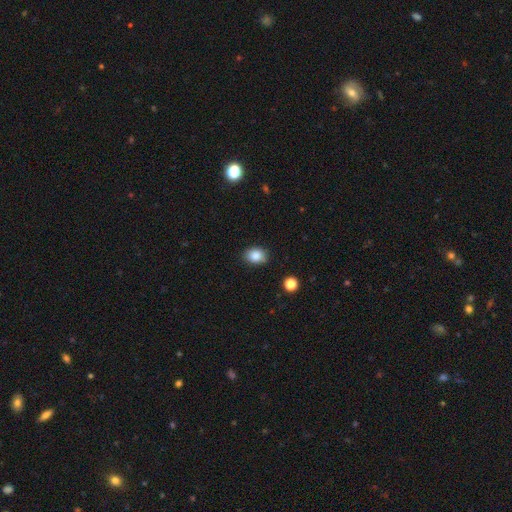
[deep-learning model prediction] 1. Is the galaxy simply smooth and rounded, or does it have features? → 85% smooth, 10% star or artifact, 5% featured or disk.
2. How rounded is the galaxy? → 57% in between, 42% round, 1% cigar-shaped.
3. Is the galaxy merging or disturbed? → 82% none, 13% minor disturbance, 2% major disturbance, 2% merger.